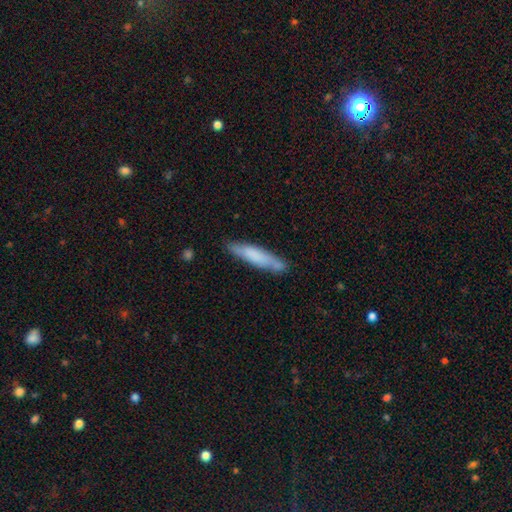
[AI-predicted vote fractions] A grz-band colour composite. It shows a smooth galaxy with no disk features (68%) that is cigar-shaped (86%). Merging: none (76%).